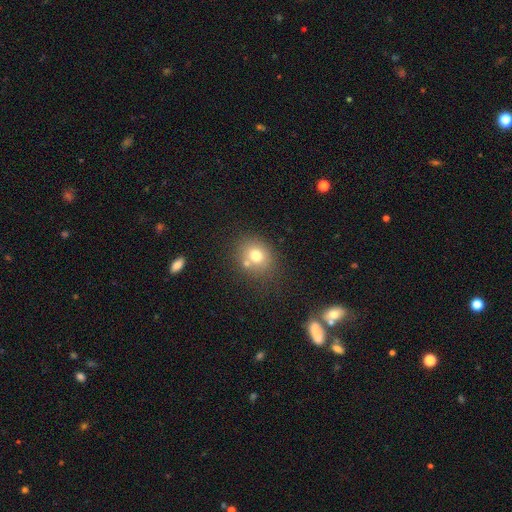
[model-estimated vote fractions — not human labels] The model was most divided on "how rounded": round: 69%, in between: 30%, cigar-shaped: 1%. More confident: smooth or featured — smooth (73%); merging — none (64%).